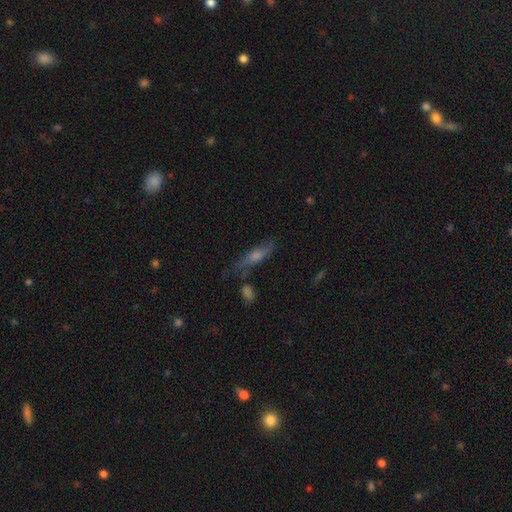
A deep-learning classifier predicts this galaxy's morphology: smooth_or_featured: featured or disk (p=0.44) [alt: smooth p=0.41]
merging: none (p=0.64) [alt: minor disturbance p=0.19]